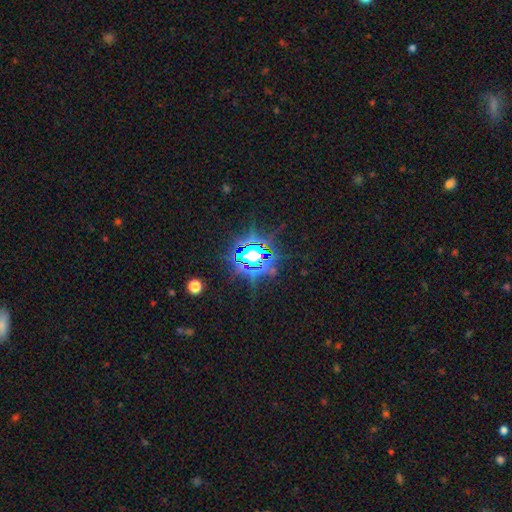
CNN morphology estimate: Smooth or featured: star or artifact — 82% (smooth — 10%)